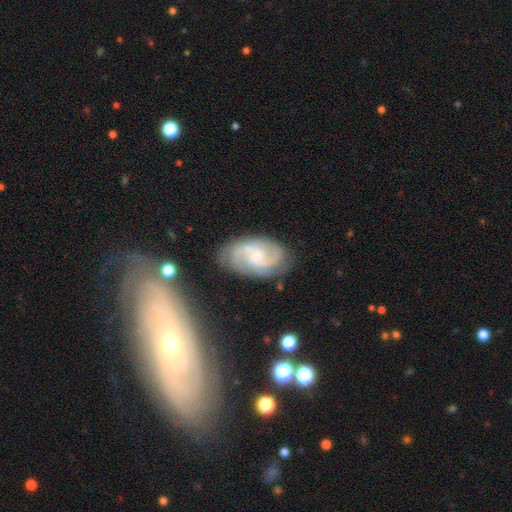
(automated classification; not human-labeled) A featured or disk galaxy (84%) with no bar (46%, tied with weak), 2 (63%) medium (51%) spiral arms (97%) and a small central bulge (56%).

Vote fractions:
- Smooth or featured? featured or disk: 84% / smooth: 10% / star or artifact: 5%
- Edge-on disk? no: 97% / yes: 3%
- Bar? no: 46% (tied) / weak: 46% (tied) / strong: 8%
- Spiral arms? yes: 97% / no: 3%
- Spiral winding? medium: 51% / tight: 33% / loose: 16%
- Spiral arm count? 2: 63% / 3: 19% / can't tell: 10% / 4: 3% / 1: 3% / more than 4: 3%
- Bulge size? small: 56% / moderate: 25% / none: 15% / large: 3% / dominant: 1%
- Merging? none: 76% / minor disturbance: 16% / major disturbance: 6% / merger: 3%